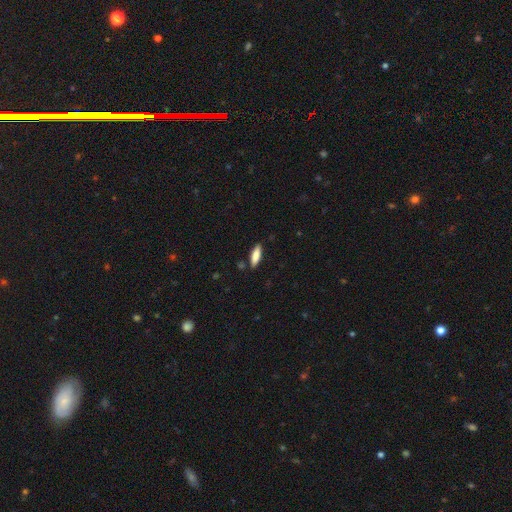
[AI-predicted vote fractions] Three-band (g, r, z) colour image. It shows a smooth galaxy with no disk features (81%) that is cigar-shaped (55%). Merging: none (86%).